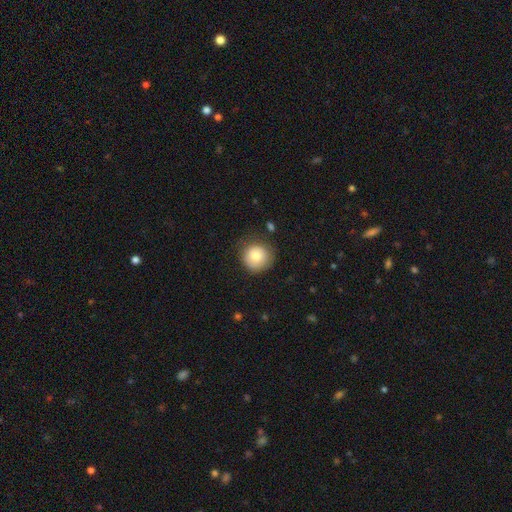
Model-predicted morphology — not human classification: The model was most divided on "merging": none: 74%, minor disturbance: 18%, major disturbance: 6%, merger: 2%. More confident: how rounded — round (92%); smooth or featured — smooth (78%).